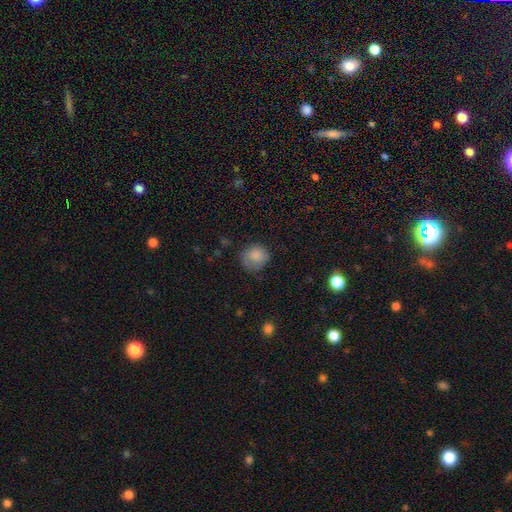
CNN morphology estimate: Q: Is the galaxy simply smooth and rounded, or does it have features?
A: smooth — 83%.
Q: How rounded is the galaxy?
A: round — 84%.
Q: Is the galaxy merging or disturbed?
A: none — 67%.